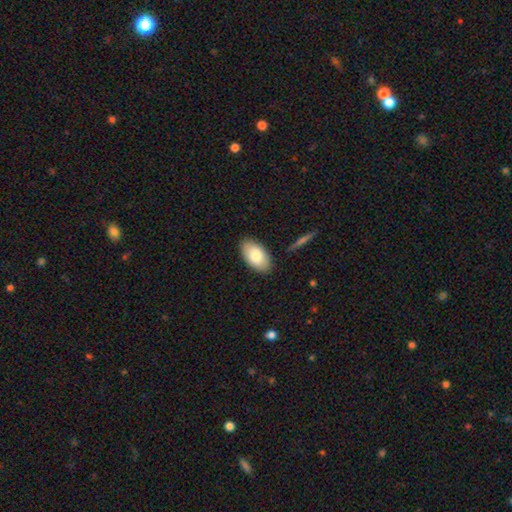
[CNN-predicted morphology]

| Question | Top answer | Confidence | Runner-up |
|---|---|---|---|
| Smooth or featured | smooth | 82% | featured or disk (12%) |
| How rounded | in between | 95% | round (3%) |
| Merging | none | 86% | minor disturbance (10%) |